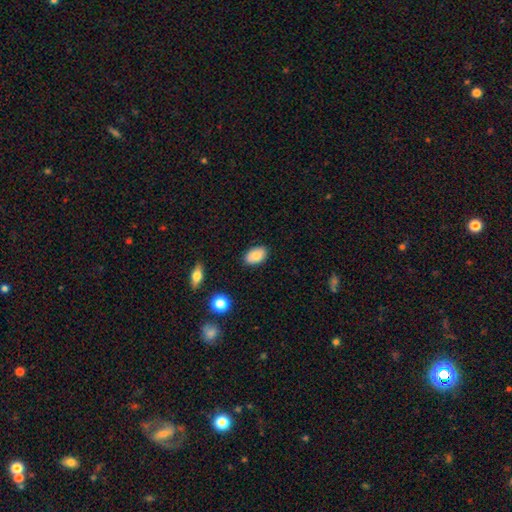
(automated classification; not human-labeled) The model was most divided on "smooth or featured": smooth: 82%, featured or disk: 11%, star or artifact: 8%. More confident: how rounded — in between (89%); merging — none (86%).